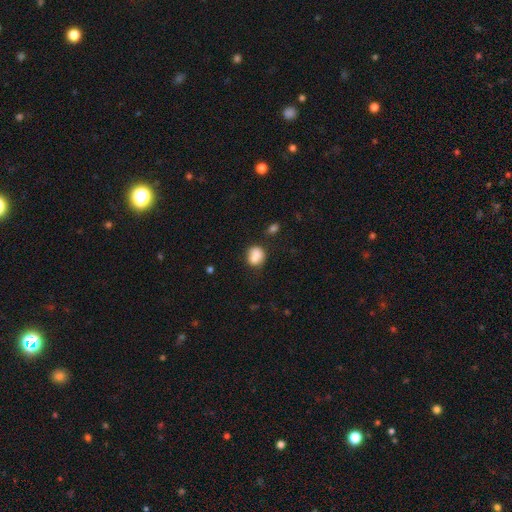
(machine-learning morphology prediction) Smooth or featured?
  - smooth: 83% *
  - star or artifact: 9%
  - featured or disk: 8%
How rounded?
  - round: 54% *
  - in between: 45%
  - cigar-shaped: 1%
Merging?
  - none: 62% *
  - minor disturbance: 22%
  - merger: 10%
  - major disturbance: 7%